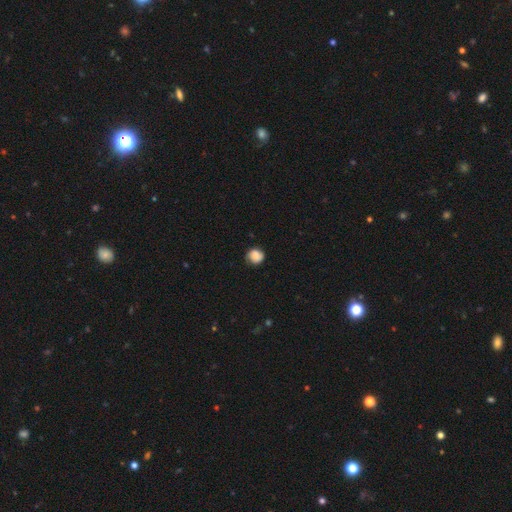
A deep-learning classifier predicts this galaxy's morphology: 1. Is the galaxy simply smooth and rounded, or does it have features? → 83% smooth, 9% star or artifact, 9% featured or disk.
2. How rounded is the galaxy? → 85% round, 14% in between, 1% cigar-shaped.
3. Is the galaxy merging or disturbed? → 74% none, 20% minor disturbance, 4% major disturbance, 1% merger.